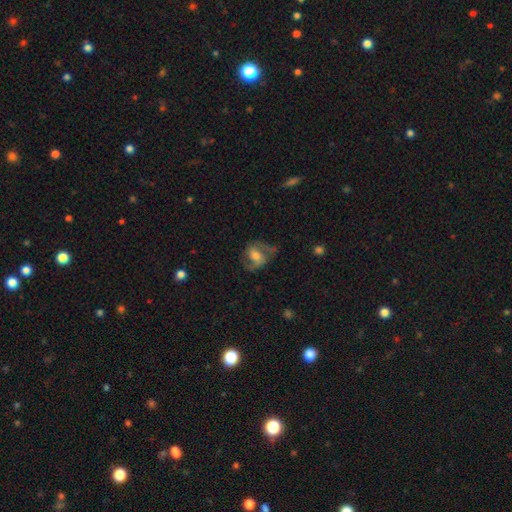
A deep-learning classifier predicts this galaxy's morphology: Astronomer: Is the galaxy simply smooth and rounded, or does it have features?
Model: featured or disk — 67%.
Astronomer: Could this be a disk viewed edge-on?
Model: no — 97%.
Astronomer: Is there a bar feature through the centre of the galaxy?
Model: no — 42% (runner-up: weak, 39%).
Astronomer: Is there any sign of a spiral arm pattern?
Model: yes — 85%.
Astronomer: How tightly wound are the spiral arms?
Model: medium — 49% (runner-up: loose, 34%).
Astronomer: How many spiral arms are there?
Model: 2 — 83%.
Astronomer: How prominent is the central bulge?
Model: moderate — 59%.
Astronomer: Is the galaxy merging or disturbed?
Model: none — 56%.